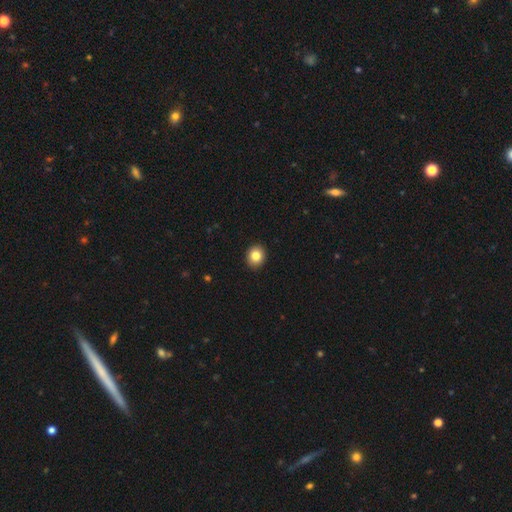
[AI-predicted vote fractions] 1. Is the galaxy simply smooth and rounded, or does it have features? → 83% smooth, 10% star or artifact, 7% featured or disk.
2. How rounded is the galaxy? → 69% round, 30% in between, 1% cigar-shaped.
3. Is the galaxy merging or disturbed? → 92% none, 6% minor disturbance, 1% major disturbance, 1% merger.